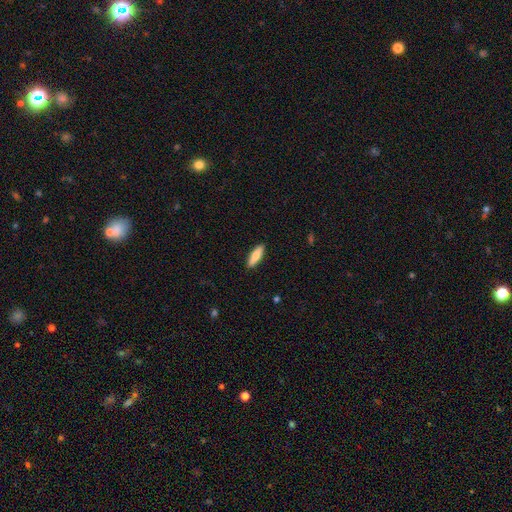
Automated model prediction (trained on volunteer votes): smooth_or_featured: smooth (p=0.73) [alt: featured or disk p=0.21]
how_rounded: cigar-shaped (p=0.60) [alt: in between p=0.38]
merging: none (p=0.90) [alt: minor disturbance p=0.07]